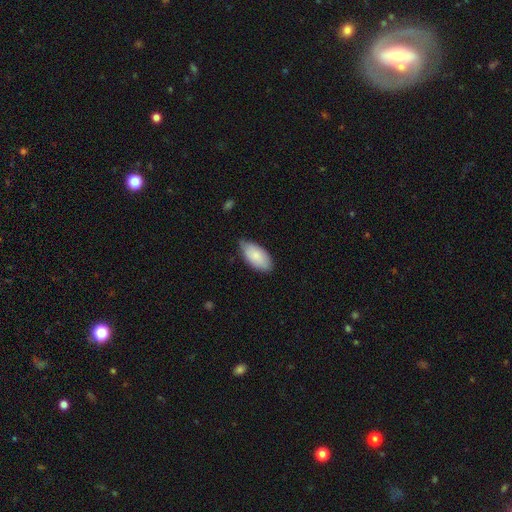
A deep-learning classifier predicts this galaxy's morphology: The model was most divided on "merging": none: 69%, minor disturbance: 26%, major disturbance: 3%, merger: 1%. More confident: how rounded — in between (95%); smooth or featured — smooth (83%).